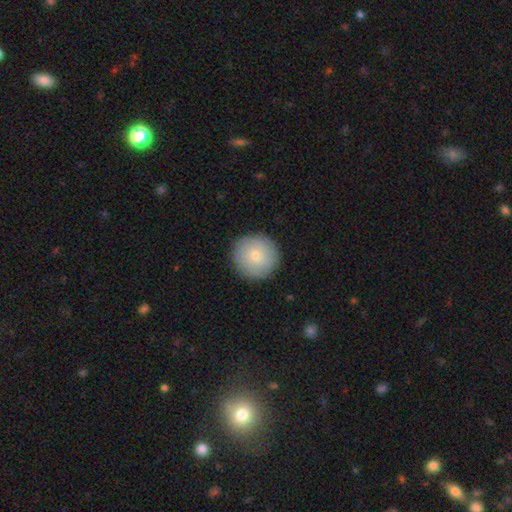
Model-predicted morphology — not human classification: Q: Smooth or featured?
A: smooth (71%); runner-up: featured or disk (22%)
Q: How rounded?
A: round (94%); runner-up: in between (5%)
Q: Merging?
A: none (89%); runner-up: minor disturbance (8%)